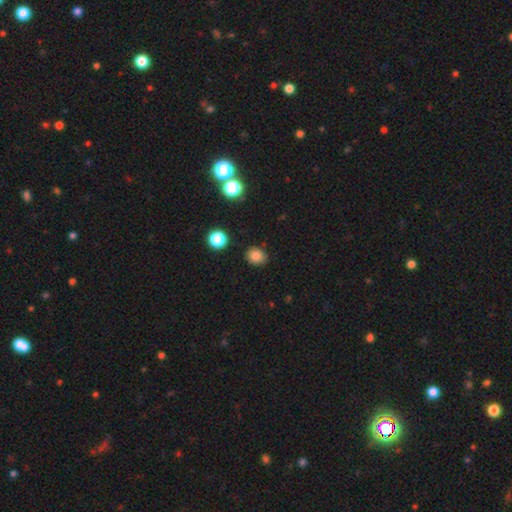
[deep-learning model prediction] Overall: smooth (81%). How rounded: round (61%; in between 38%). Merging: none (83%).